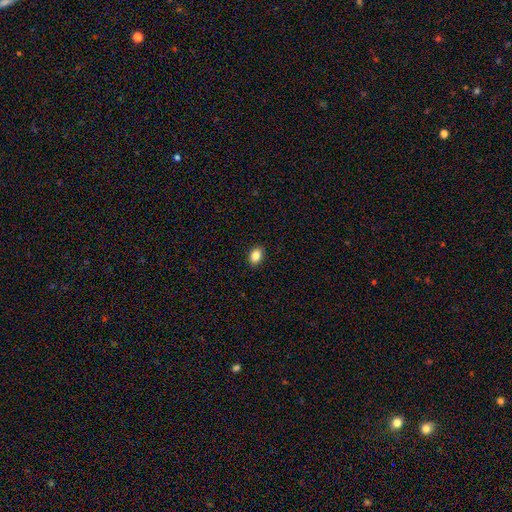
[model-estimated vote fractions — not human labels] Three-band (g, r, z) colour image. It shows a smooth galaxy with no disk features (86%) that is in between round and cigar-shaped (74%). Merging: none (90%).